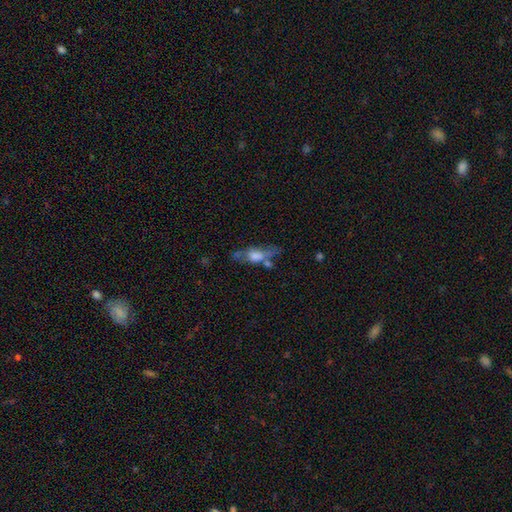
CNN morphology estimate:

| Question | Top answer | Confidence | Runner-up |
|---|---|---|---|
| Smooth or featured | smooth | 46% | featured or disk (43%) |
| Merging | none | 44% | merger (21%) |